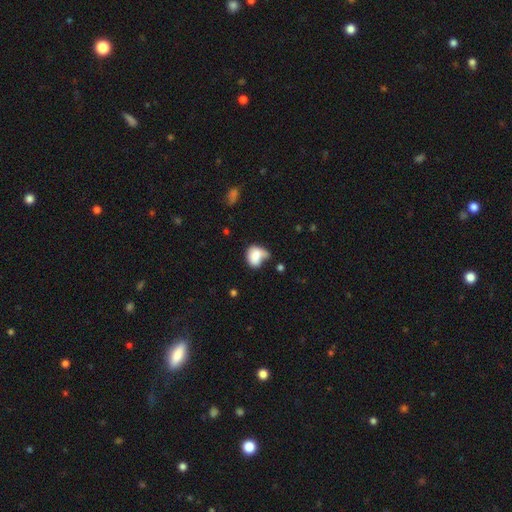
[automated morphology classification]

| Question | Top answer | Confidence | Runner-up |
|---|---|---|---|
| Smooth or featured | smooth | 78% | featured or disk (13%) |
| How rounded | in between | 57% | round (42%) |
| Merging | none | 31% | minor disturbance (28%) |